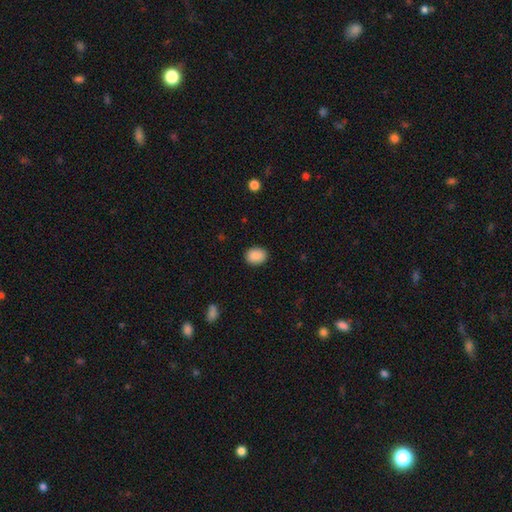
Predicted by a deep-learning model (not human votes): This appears to be a smooth galaxy with no disk features (89%) that is in between round and cigar-shaped (53%). Merging: none (89%).